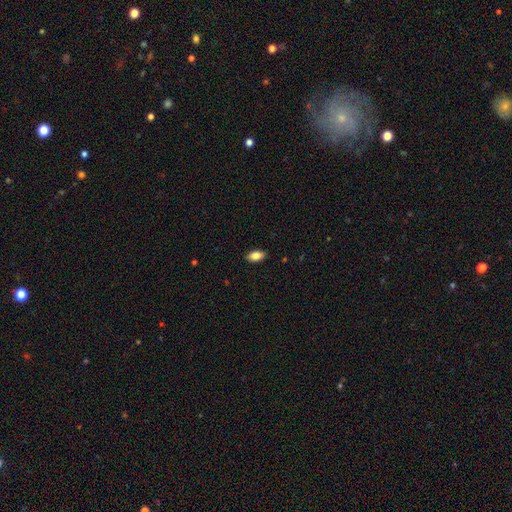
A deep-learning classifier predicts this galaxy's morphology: smooth_or_featured: smooth (p=0.84) [alt: featured or disk p=0.09]
how_rounded: in between (p=0.91) [alt: cigar-shaped p=0.05]
merging: none (p=0.89) [alt: minor disturbance p=0.08]